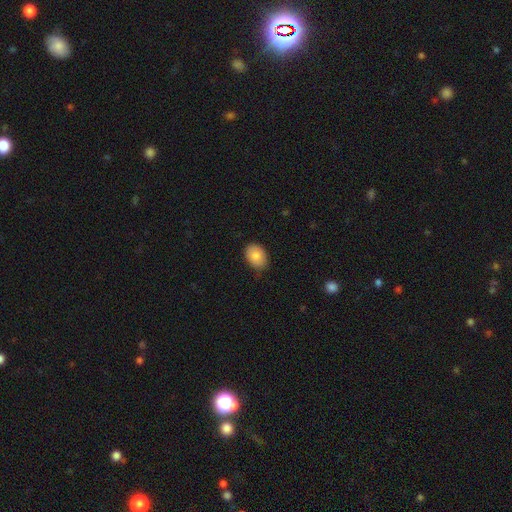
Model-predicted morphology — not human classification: Smooth or featured? smooth (85%)
How rounded? in between (79%)
Merging? none (80%)